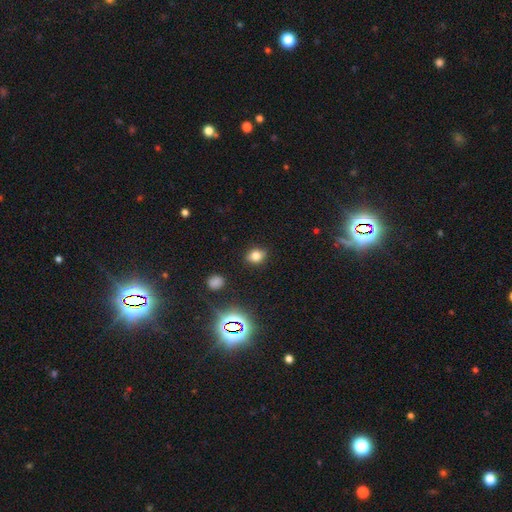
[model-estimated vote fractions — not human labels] smooth 74%, star or artifact 17%, featured or disk 9%. Down the decision tree: how rounded — in between (58%); merging — none (87%).